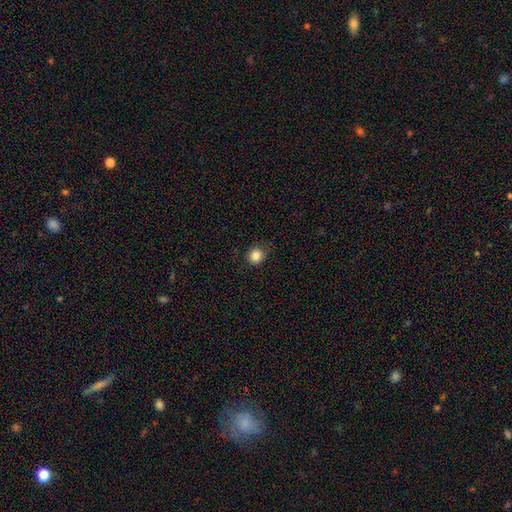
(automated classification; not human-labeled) Q: Smooth or featured?
A: smooth (86%); runner-up: star or artifact (11%)
Q: How rounded?
A: round (88%); runner-up: in between (11%)
Q: Merging?
A: none (81%); runner-up: minor disturbance (14%)